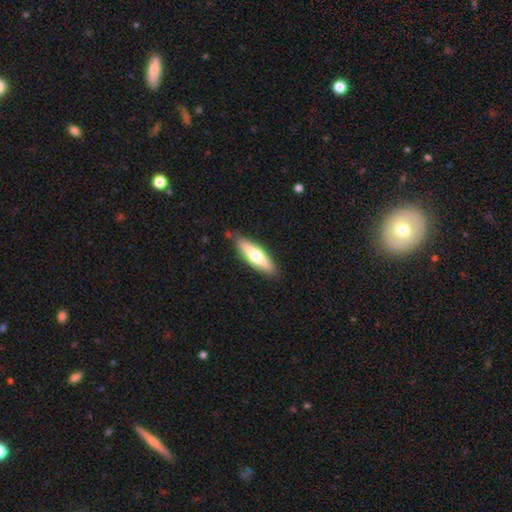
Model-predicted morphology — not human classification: Q: Smooth or featured?
A: smooth (53%); runner-up: featured or disk (41%)
Q: How rounded?
A: cigar-shaped (59%); runner-up: in between (39%)
Q: Merging?
A: none (85%); runner-up: minor disturbance (11%)